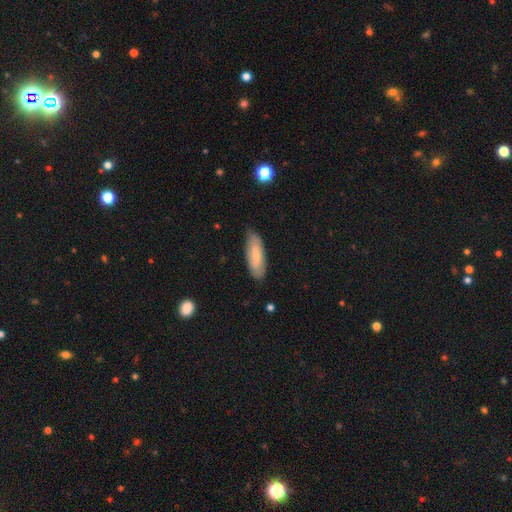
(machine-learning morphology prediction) The model was most divided on "how rounded": in between: 66%, cigar-shaped: 32%, round: 2%. More confident: merging — none (77%); smooth or featured — smooth (69%).